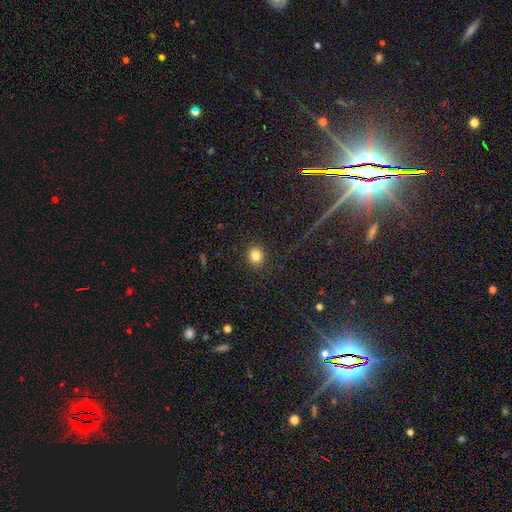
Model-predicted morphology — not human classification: A smooth galaxy with no disk features (82%) that is round (76%).

Vote fractions:
- Smooth or featured? smooth: 82% / star or artifact: 12% / featured or disk: 6%
- How rounded? round: 76% / in between: 23% / cigar-shaped: 1%
- Merging? none: 89% / minor disturbance: 7% / major disturbance: 3% / merger: 1%